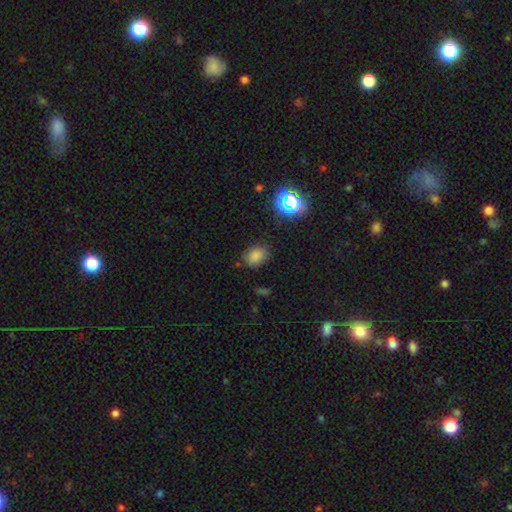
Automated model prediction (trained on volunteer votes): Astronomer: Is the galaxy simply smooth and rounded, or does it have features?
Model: smooth — 77%.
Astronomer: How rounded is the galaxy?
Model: in between — 69%.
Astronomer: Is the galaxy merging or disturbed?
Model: none — 78%.